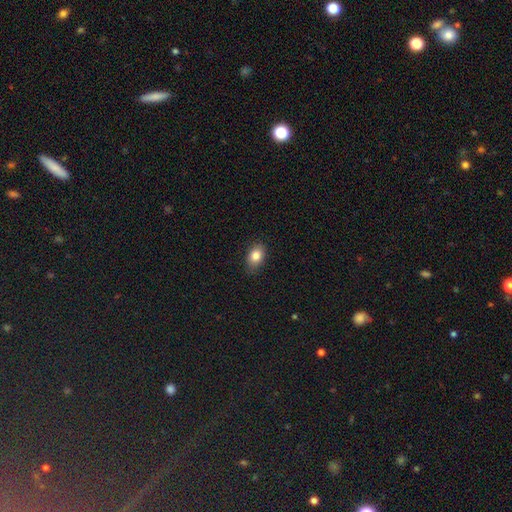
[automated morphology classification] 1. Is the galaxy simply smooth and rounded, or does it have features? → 84% smooth, 8% star or artifact, 8% featured or disk.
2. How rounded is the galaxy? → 78% in between, 20% round, 1% cigar-shaped.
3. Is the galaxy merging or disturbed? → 82% none, 14% minor disturbance, 3% major disturbance, 1% merger.